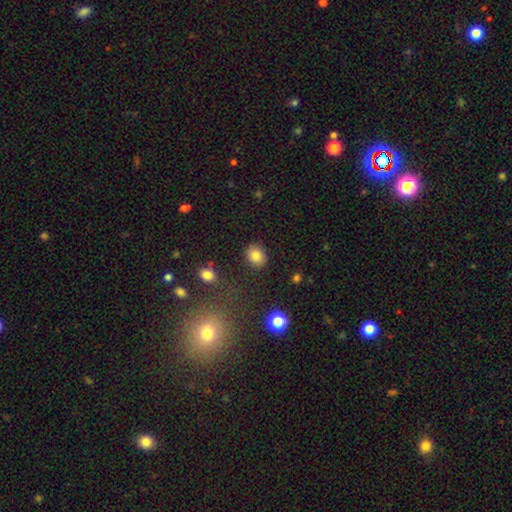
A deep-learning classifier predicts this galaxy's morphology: A smooth galaxy with no disk features (84%) that is round (56%).

Vote fractions:
- Smooth or featured? smooth: 84% / star or artifact: 10% / featured or disk: 6%
- How rounded? round: 56% / in between: 43% / cigar-shaped: 1%
- Merging? none: 87% / minor disturbance: 8% / major disturbance: 3% / merger: 2%